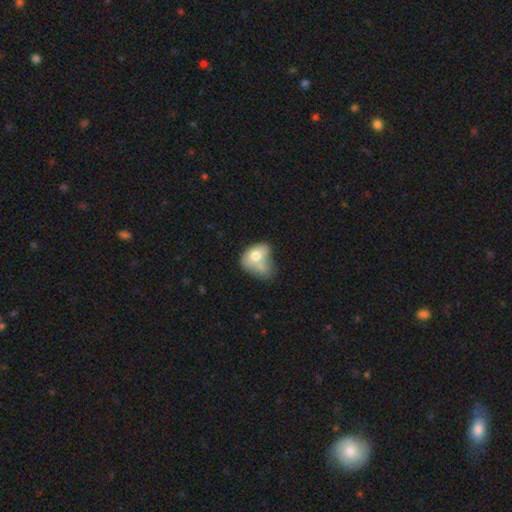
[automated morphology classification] Q: Smooth or featured?
A: smooth (68%); runner-up: featured or disk (24%)
Q: How rounded?
A: in between (70%); runner-up: round (29%)
Q: Merging?
A: merger (51%); runner-up: minor disturbance (17%)